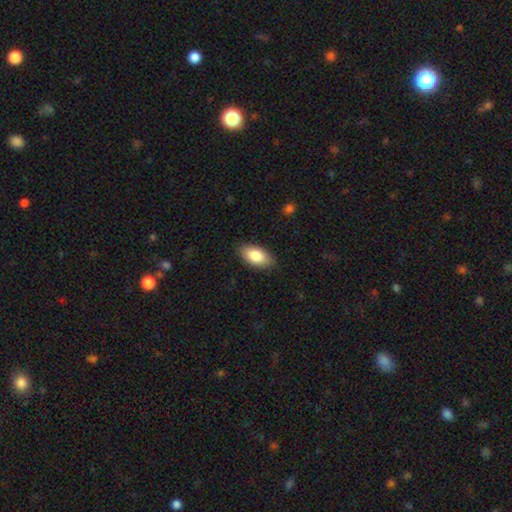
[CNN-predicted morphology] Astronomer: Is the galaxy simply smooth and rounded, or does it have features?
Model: smooth — 84%.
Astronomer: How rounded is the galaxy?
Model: in between — 93%.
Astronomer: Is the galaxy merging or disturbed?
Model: none — 87%.